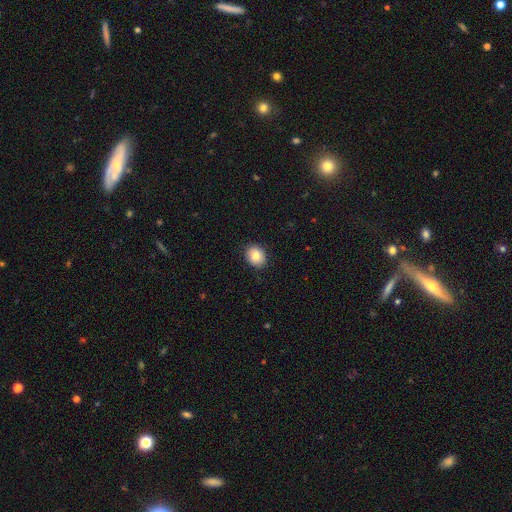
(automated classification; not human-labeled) The model was most divided on "how rounded": round: 55%, in between: 44%, cigar-shaped: 1%. More confident: merging — none (89%); smooth or featured — smooth (82%).